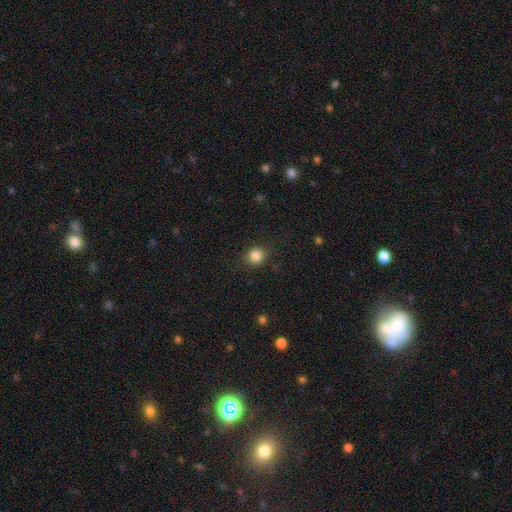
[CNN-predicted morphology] Q: Smooth or featured?
A: smooth (85%); runner-up: star or artifact (11%)
Q: How rounded?
A: round (85%); runner-up: in between (14%)
Q: Merging?
A: none (88%); runner-up: minor disturbance (8%)